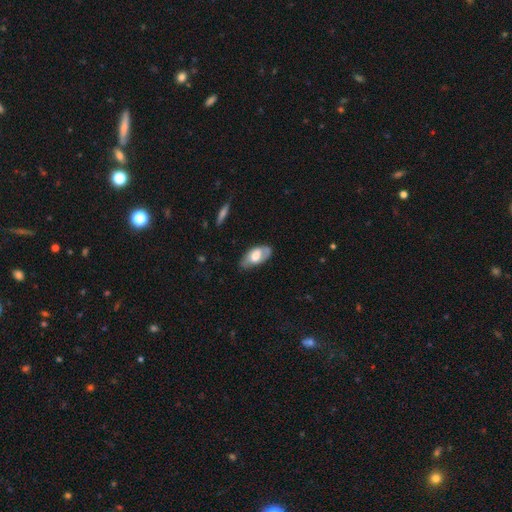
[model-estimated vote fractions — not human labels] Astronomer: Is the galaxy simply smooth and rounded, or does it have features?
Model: smooth — 51% (runner-up: featured or disk, 43%).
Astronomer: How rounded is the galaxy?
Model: in between — 92%.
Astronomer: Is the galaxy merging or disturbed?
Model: none — 63%.